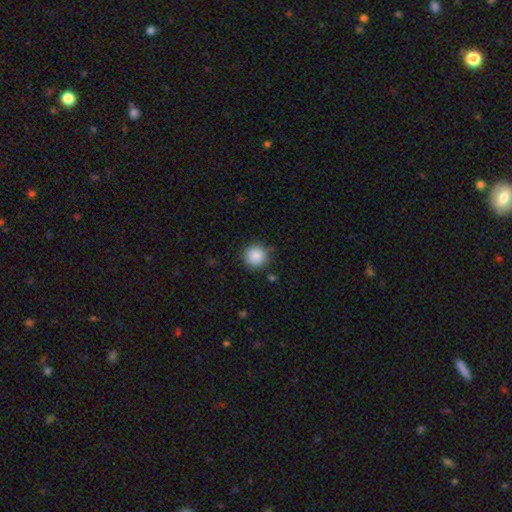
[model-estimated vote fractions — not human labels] Overall: smooth (88%). How rounded: round (95%). Merging: none (87%).